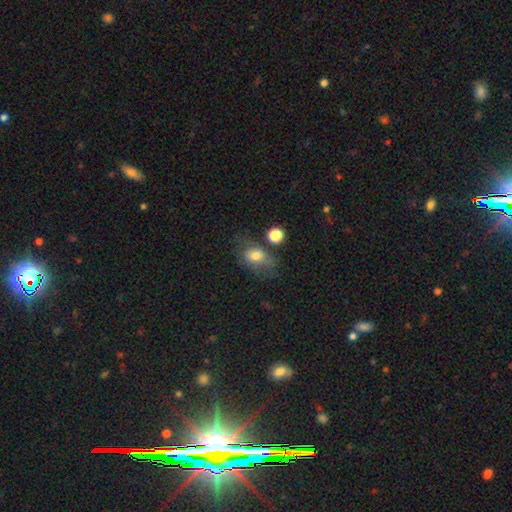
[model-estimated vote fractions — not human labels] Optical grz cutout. It shows a smooth galaxy with no disk features (74%) that is in between round and cigar-shaped (68%). Merging: none (48%).